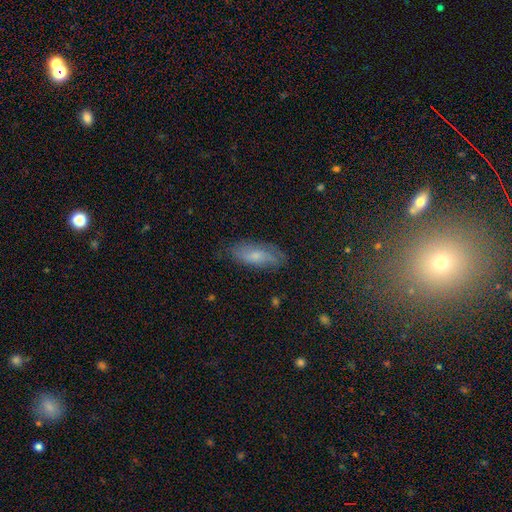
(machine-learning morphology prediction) type=smooth (54%); roundness=in between (79%); merging=none (72%).